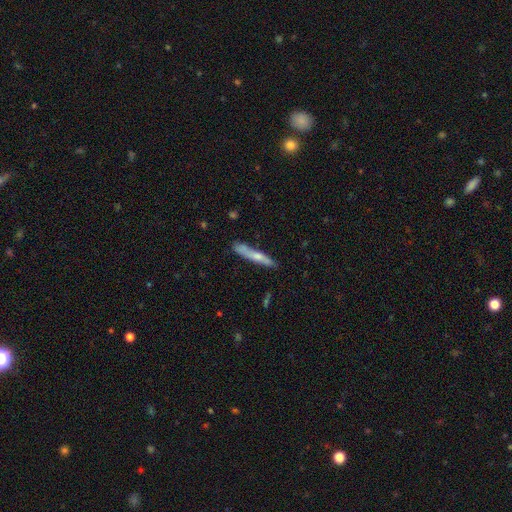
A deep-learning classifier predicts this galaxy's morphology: A smooth galaxy with no disk features (55%) that is cigar-shaped (93%). Merging: none (79%).